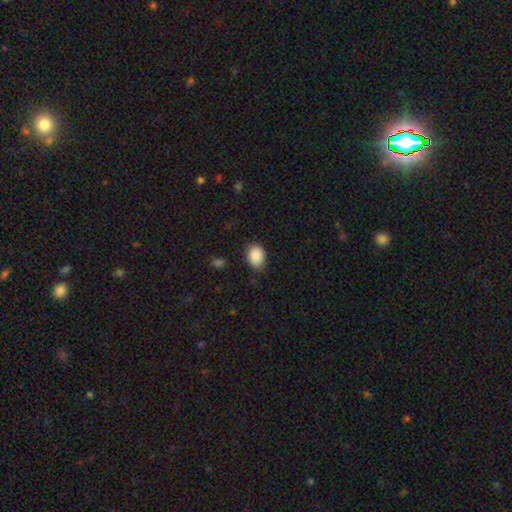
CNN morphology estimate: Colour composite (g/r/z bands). It shows a smooth galaxy with no disk features (89%) that is in between round and cigar-shaped (77%). Merging: none (77%).